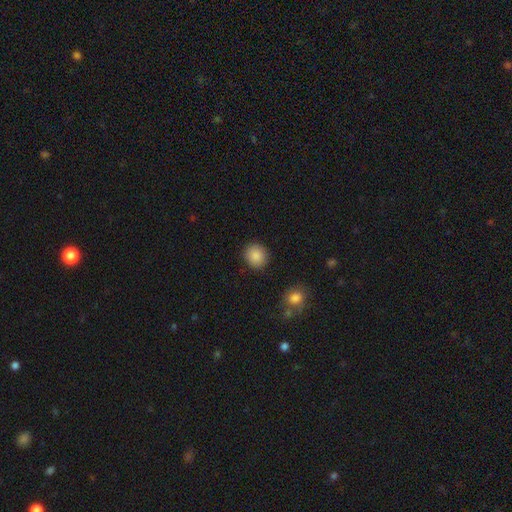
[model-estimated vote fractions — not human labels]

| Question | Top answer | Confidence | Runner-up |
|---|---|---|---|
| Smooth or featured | smooth | 88% | star or artifact (8%) |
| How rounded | round | 83% | in between (17%) |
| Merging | none | 89% | minor disturbance (7%) |